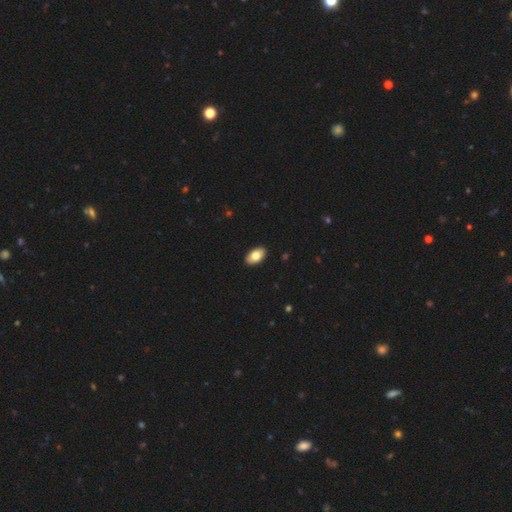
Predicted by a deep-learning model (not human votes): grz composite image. It shows a smooth galaxy with no disk features (79%) that is in between round and cigar-shaped (94%). Merging: none (91%).